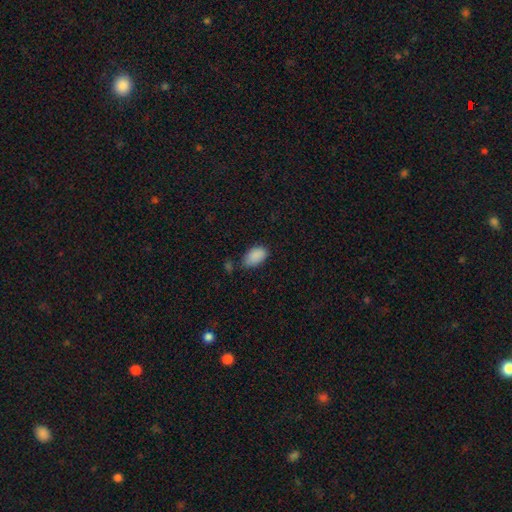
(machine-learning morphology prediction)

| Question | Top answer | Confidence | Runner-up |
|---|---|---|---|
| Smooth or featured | smooth | 88% | star or artifact (8%) |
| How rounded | in between | 93% | round (6%) |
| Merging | none | 61% | minor disturbance (28%) |